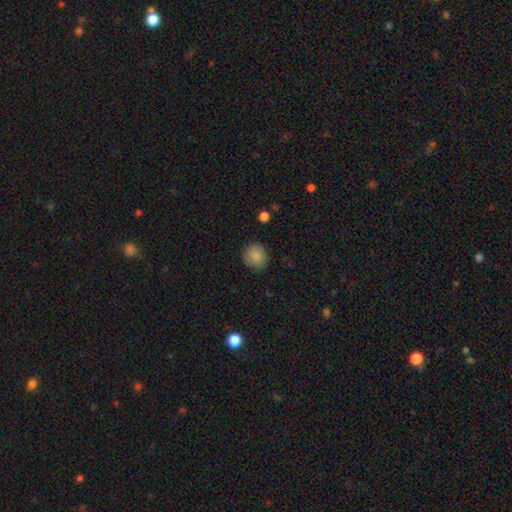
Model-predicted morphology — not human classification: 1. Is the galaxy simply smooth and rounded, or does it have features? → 88% smooth, 8% star or artifact, 4% featured or disk.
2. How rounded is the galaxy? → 87% round, 12% in between, 1% cigar-shaped.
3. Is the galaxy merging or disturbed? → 87% none, 9% minor disturbance, 2% major disturbance, 1% merger.